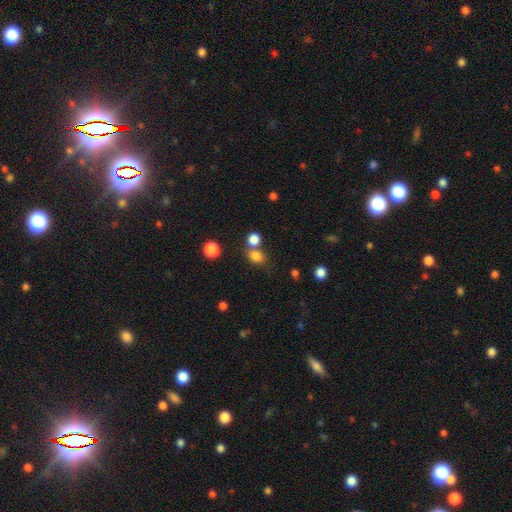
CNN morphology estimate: The model was most divided on "how rounded": round: 62%, in between: 37%, cigar-shaped: 1%. More confident: smooth or featured — smooth (80%); merging — none (57%).